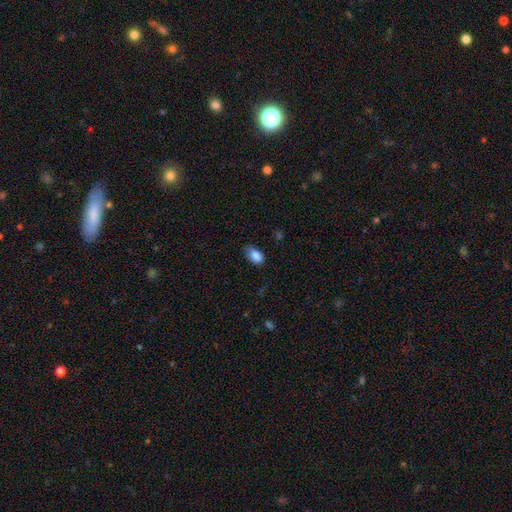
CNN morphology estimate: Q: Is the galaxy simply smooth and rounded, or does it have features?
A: smooth — 87%.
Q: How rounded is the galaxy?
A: in between — 90%.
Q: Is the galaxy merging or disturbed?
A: none — 64%.